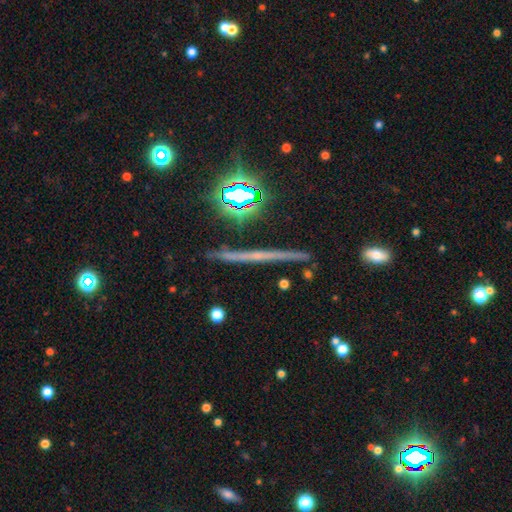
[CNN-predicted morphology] The model was most divided on "smooth or featured": featured or disk: 55%, star or artifact: 24%, smooth: 21%. More confident: edge-on disk — yes (94%); merging — none (88%); edge-on bulge — none (64%).